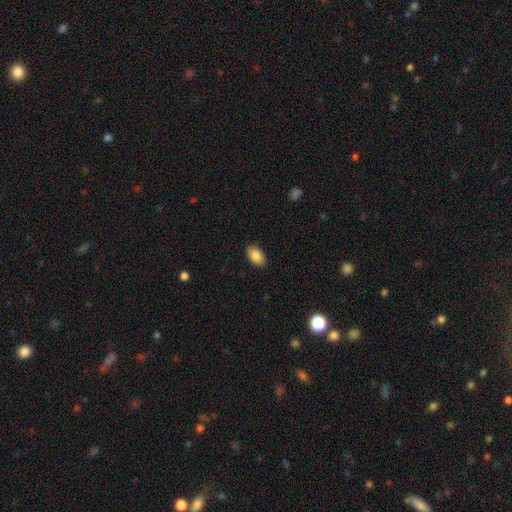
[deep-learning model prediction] smooth-or-featured: smooth: 86% | star or artifact: 7% | featured or disk: 7%
  how-rounded: in between: 94% | round: 4% | cigar-shaped: 2%
  merging: none: 88% | minor disturbance: 9% | major disturbance: 2% | merger: 1%